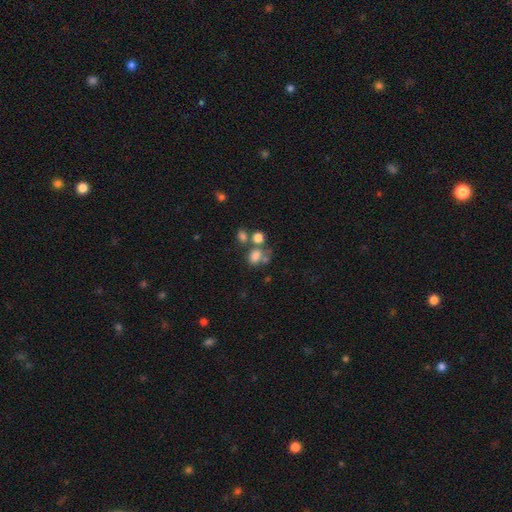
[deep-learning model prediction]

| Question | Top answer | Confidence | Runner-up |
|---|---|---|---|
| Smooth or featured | smooth | 73% | star or artifact (15%) |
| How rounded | in between | 55% | round (44%) |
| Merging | merger | 40% | none (38%) |